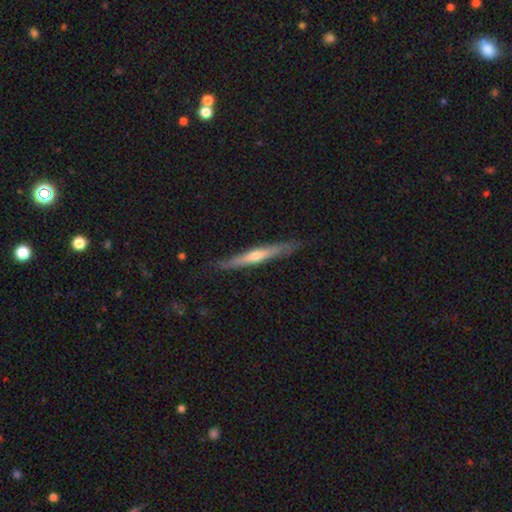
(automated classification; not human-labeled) A featured or disk galaxy (55%) viewed edge-on (91%) with a rounded central bulge (69%).

Vote fractions:
- Smooth or featured? featured or disk: 55% / smooth: 39% / star or artifact: 5%
- Edge-on disk? yes: 91% / no: 9%
- Edge-on bulge? rounded: 69% / none: 27% / boxy: 4%
- Merging? none: 81% / minor disturbance: 15% / major disturbance: 3% / merger: 1%